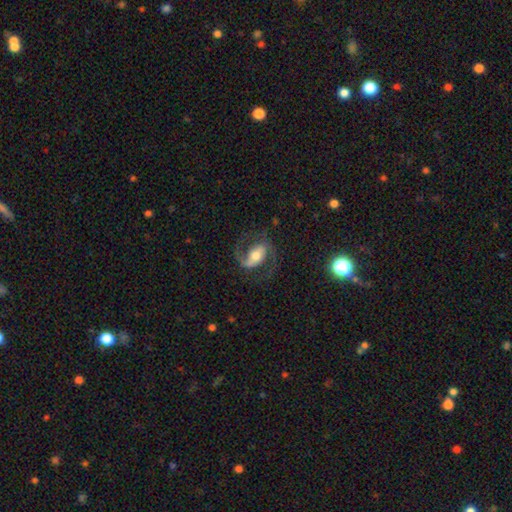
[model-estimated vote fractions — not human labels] Smooth or featured: featured or disk — 84% (smooth — 10%)
Edge-on disk: no — 97% (yes — 3%)
Bar: strong — 38% (weak — 36%)
Spiral arms: yes — 95% (no — 5%)
Spiral winding: medium — 55% (loose — 30%)
Spiral arm count: 2 — 90% (1 — 4%)
Bulge size: moderate — 63% (small — 19%)
Merging: none — 73% (minor disturbance — 14%)